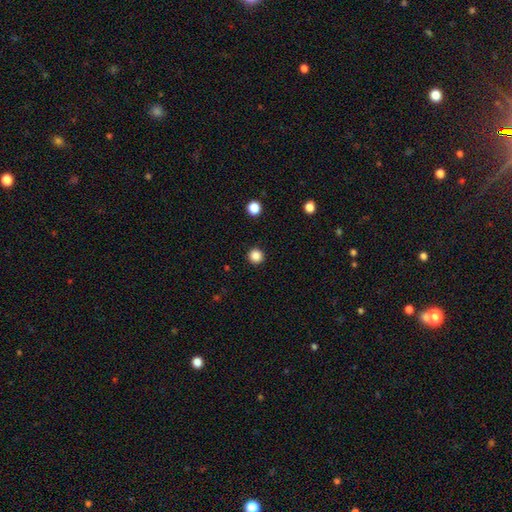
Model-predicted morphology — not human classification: Q: Smooth or featured?
A: smooth (86%); runner-up: star or artifact (12%)
Q: How rounded?
A: round (95%); runner-up: in between (4%)
Q: Merging?
A: none (93%); runner-up: minor disturbance (4%)